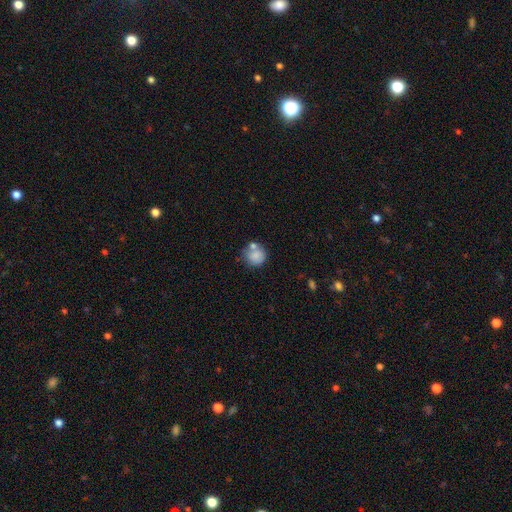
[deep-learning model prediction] This appears to be a smooth galaxy with no disk features (79%) that is round (88%). Merging: none (56%).